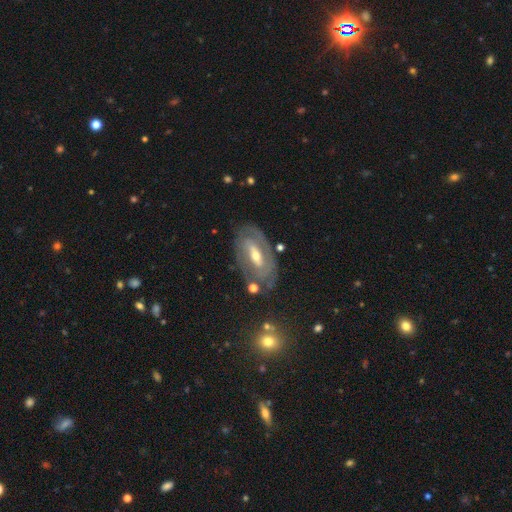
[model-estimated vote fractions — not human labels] Overall: featured or disk (81%). Edge-on disk: no (92%). Bar: weak (40%; strong 35%). Spiral arms: yes (78%). Spiral arm count: 2 (45%; can't tell 38%). Spiral winding: tight (69%). Bulge size: moderate (57%; small 38%). Merging: none (75%).